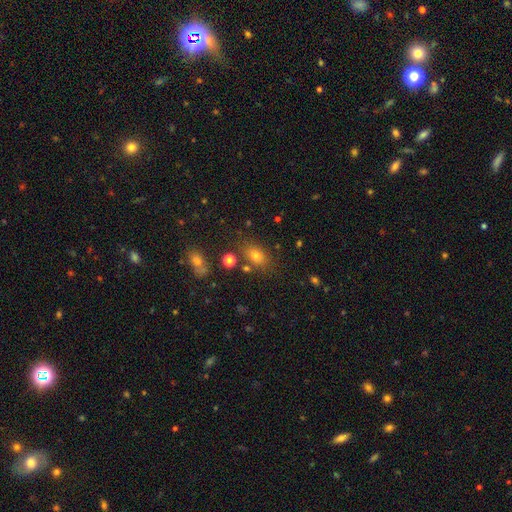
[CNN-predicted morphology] smooth 72%, star or artifact 17%, featured or disk 11%. Down the decision tree: how rounded — in between (74%); merging — none (74%).